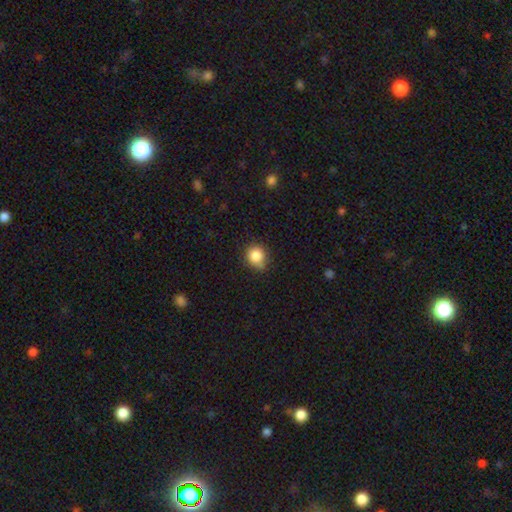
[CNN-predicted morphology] This appears to be a smooth galaxy with no disk features (84%) that is round (84%). Merging: none (74%).